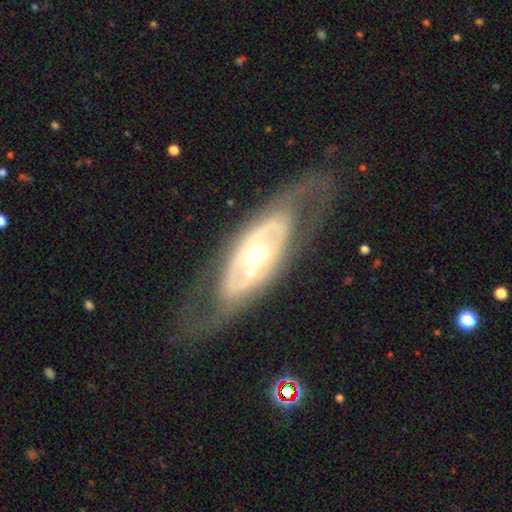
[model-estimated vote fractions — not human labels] Overall: featured or disk (77%). Edge-on disk: no (84%). Bar: no (69%). Spiral arms: no (62%; yes 38%). Bulge size: moderate (67%). Merging: none (73%).